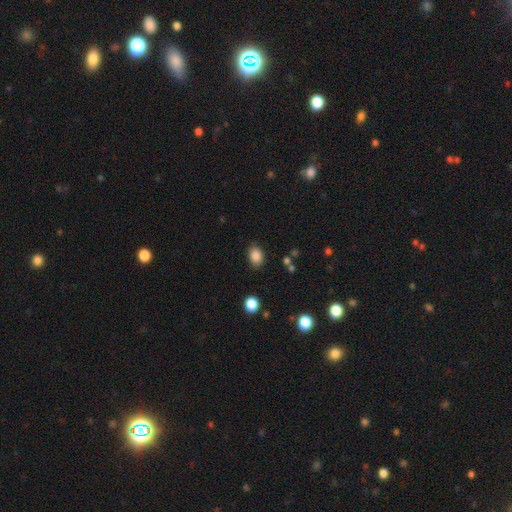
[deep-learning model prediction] smooth 86%, star or artifact 10%, featured or disk 4%. Down the decision tree: how rounded — in between (73%); merging — none (83%).